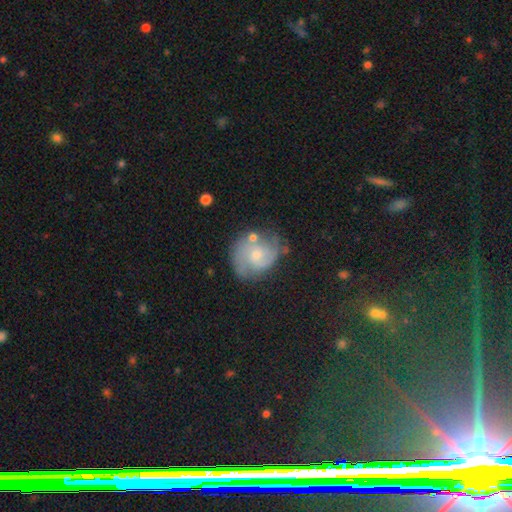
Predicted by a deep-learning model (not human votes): Overall: featured or disk (69%). Edge-on disk: no (98%). Bar: no (65%; weak 31%). Spiral arms: yes (89%). Spiral arm count: 2 (62%). Spiral winding: medium (43%; tight 42%). Bulge size: small (52%; moderate 40%). Merging: none (61%; minor disturbance 22%).